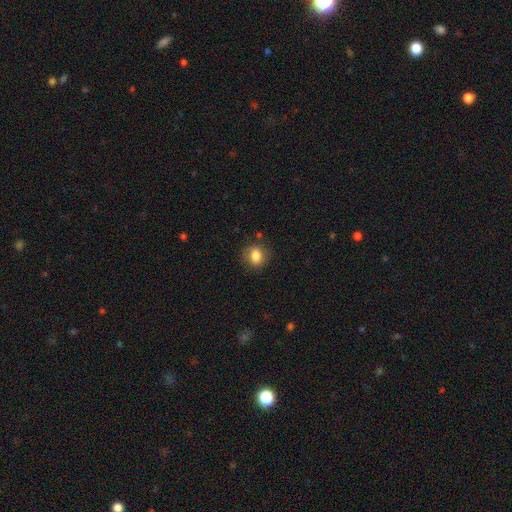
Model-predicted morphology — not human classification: The model was most divided on "how rounded": round: 60%, in between: 39%, cigar-shaped: 1%. More confident: smooth or featured — smooth (83%); merging — none (81%).